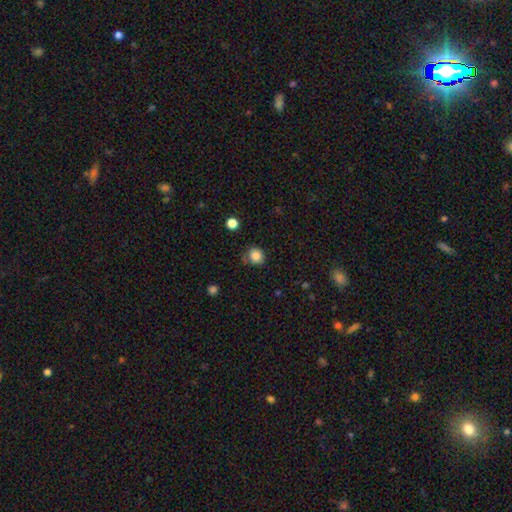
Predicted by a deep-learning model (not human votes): A smooth galaxy with no disk features (84%) that is round (78%).

Vote fractions:
- Smooth or featured? smooth: 84% / star or artifact: 11% / featured or disk: 5%
- How rounded? round: 78% / in between: 21% / cigar-shaped: 1%
- Merging? none: 73% / minor disturbance: 19% / major disturbance: 4% / merger: 4%